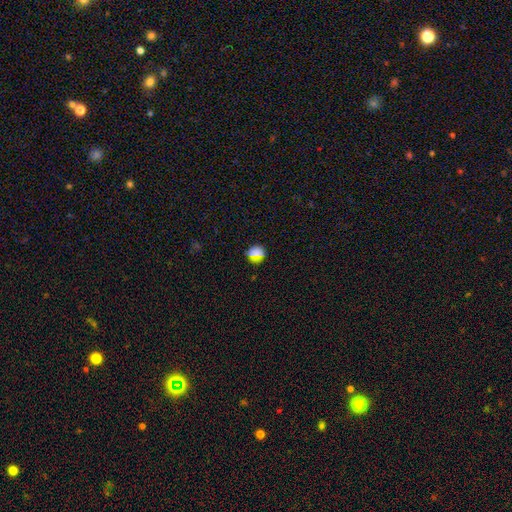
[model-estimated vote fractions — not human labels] Smooth or featured? Predicted: smooth (p=0.73). How rounded? Predicted: round (p=0.91). Merging? Predicted: none (p=0.88).